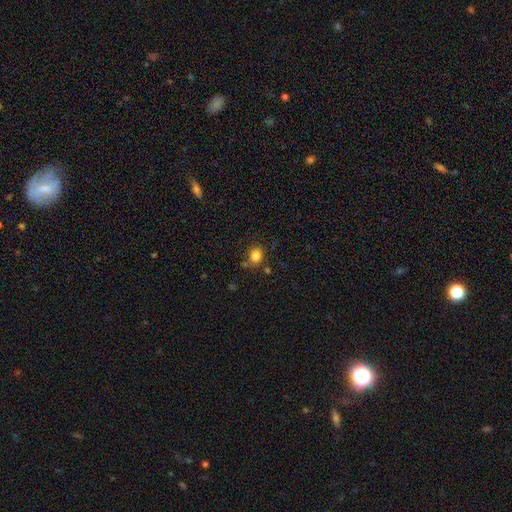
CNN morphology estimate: smooth_or_featured: smooth (p=0.83) [alt: star or artifact p=0.12]
how_rounded: round (p=0.62) [alt: in between p=0.37]
merging: none (p=0.73) [alt: minor disturbance p=0.15]